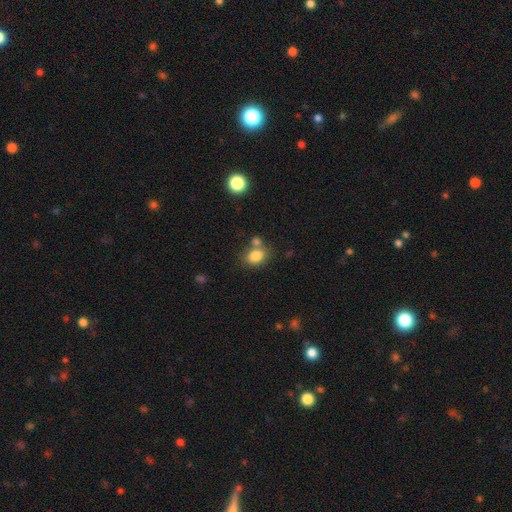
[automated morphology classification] This is clearly a smooth galaxy (83%). How rounded: possibly in between (56%). Merging: possibly none (58%).